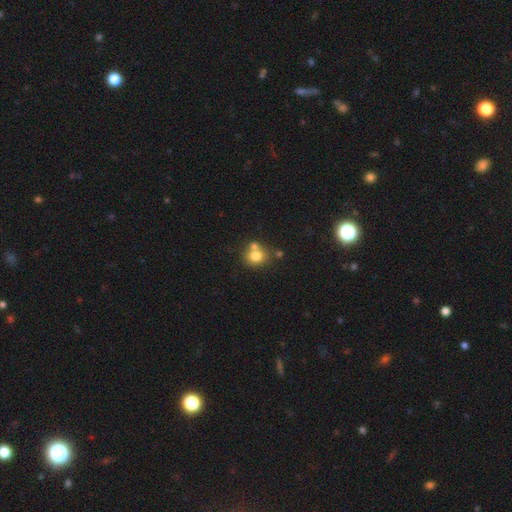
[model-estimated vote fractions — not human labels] This appears to be a smooth galaxy with no disk features (77%) that is round (79%). Merging: none (52%).